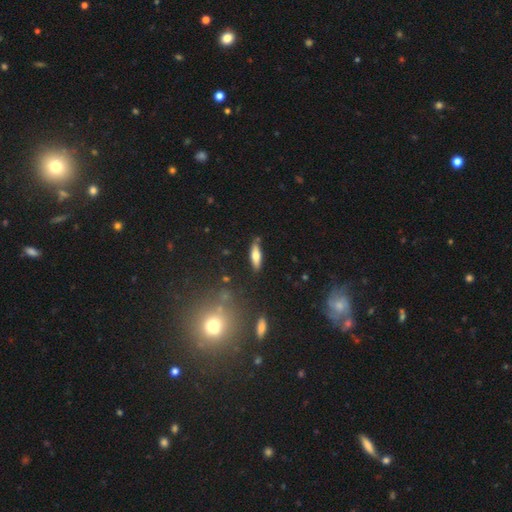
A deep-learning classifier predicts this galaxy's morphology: A smooth galaxy with no disk features (63%) that is cigar-shaped (54%). Merging: none (83%).